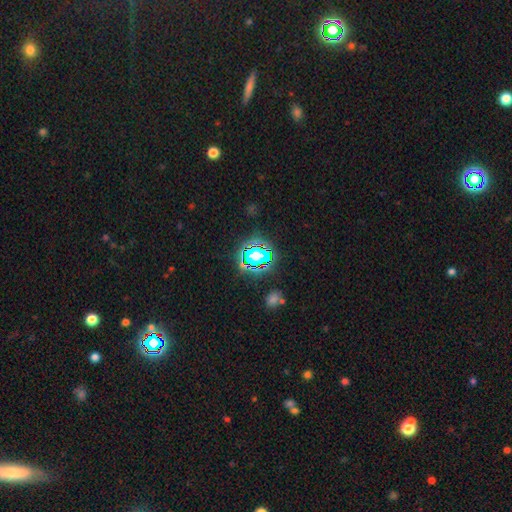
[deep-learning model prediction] A star or artifact, not a galaxy (61%).